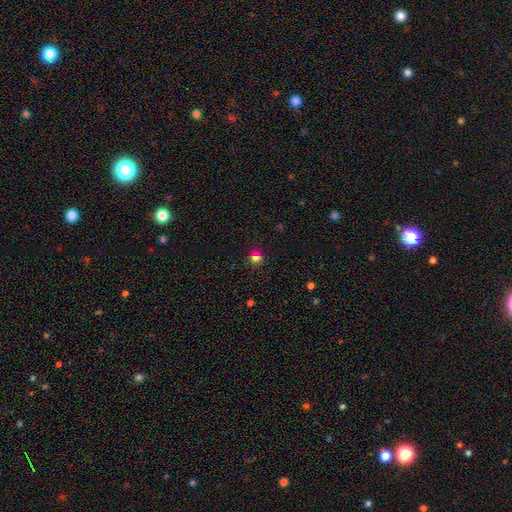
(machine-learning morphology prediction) Overall: smooth (73%). How rounded: round (86%). Merging: none (84%).